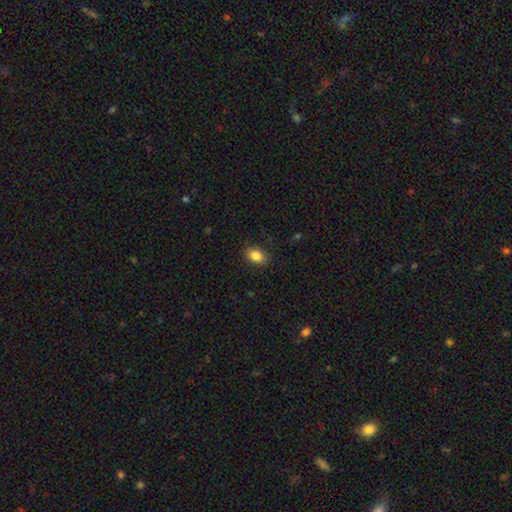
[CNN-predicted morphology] smooth 86%, star or artifact 8%, featured or disk 6%. Down the decision tree: how rounded — in between (87%); merging — none (87%).